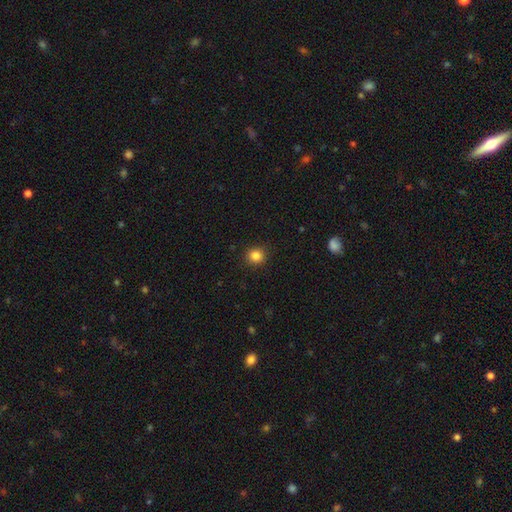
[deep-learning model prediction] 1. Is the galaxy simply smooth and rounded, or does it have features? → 85% smooth, 11% star or artifact, 4% featured or disk.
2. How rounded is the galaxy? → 86% round, 13% in between, 1% cigar-shaped.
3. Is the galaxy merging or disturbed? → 91% none, 6% minor disturbance, 2% major disturbance, 1% merger.